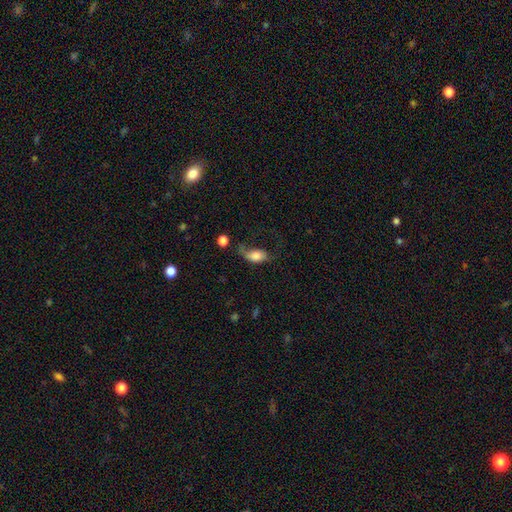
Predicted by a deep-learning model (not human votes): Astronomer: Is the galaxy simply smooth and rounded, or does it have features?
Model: smooth — 74%.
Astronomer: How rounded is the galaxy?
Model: in between — 88%.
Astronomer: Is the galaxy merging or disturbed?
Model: major disturbance — 41% (runner-up: minor disturbance, 27%).